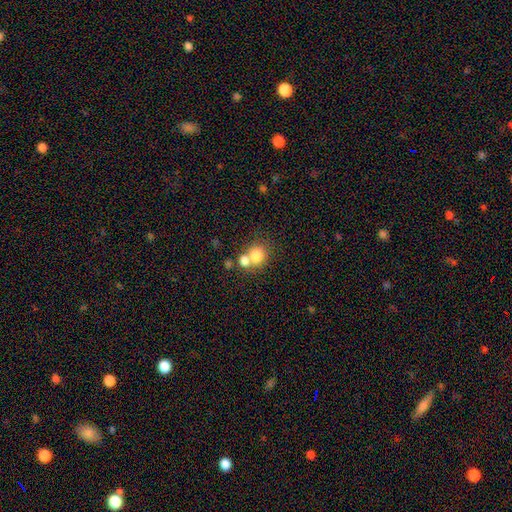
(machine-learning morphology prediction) The model was most divided on "merging": merger: 45%, none: 44%, minor disturbance: 8%, major disturbance: 4%. More confident: smooth or featured — smooth (78%); how rounded — round (75%).